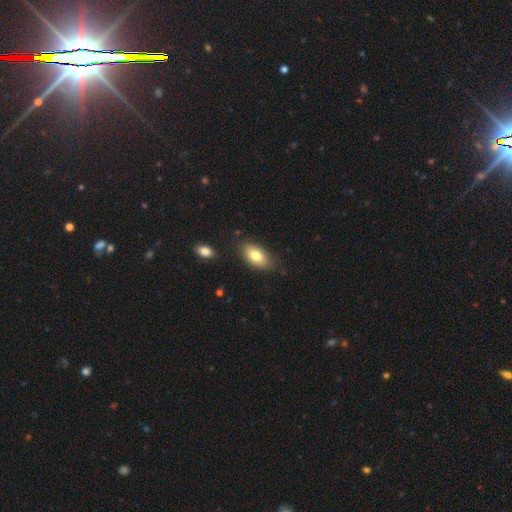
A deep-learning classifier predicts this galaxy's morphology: smooth 79%, featured or disk 14%, star or artifact 7%. Down the decision tree: how rounded — in between (92%); merging — none (80%).